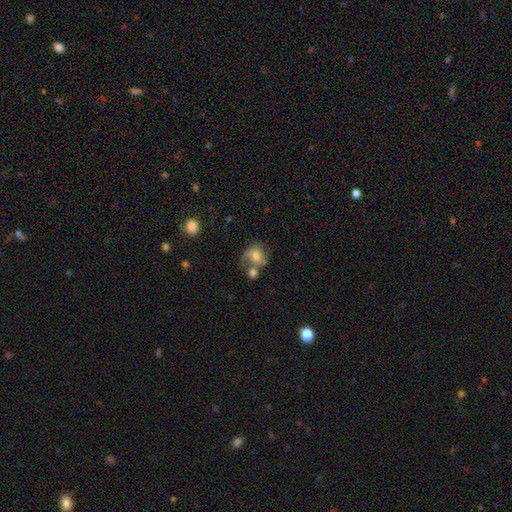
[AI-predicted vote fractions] A smooth galaxy with no disk features (50%) that is round (54%).

Vote fractions:
- Smooth or featured? smooth: 50% / featured or disk: 40% / star or artifact: 10%
- How rounded? round: 54% / in between: 45% / cigar-shaped: 1%
- Merging? merger: 34% / none: 31% / minor disturbance: 18% / major disturbance: 18%